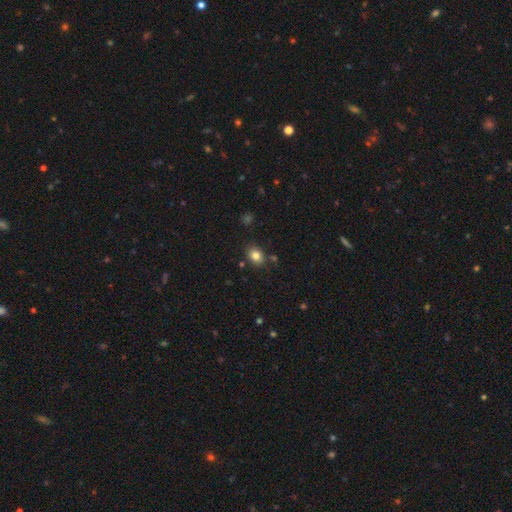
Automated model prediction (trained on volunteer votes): Overall: smooth (83%). How rounded: in between (62%; round 38%). Merging: none (82%).